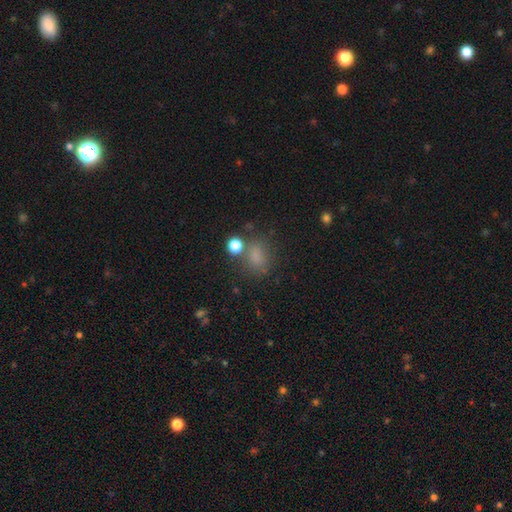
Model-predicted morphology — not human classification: A smooth galaxy with no disk features (72%) that is in between round and cigar-shaped (56%). Merging: none (64%).